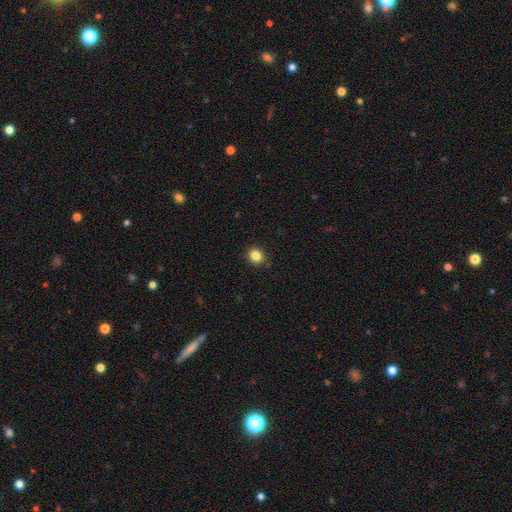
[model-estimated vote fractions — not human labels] Morphology: type=smooth (84%); roundness=round (79%); merging=none (89%).